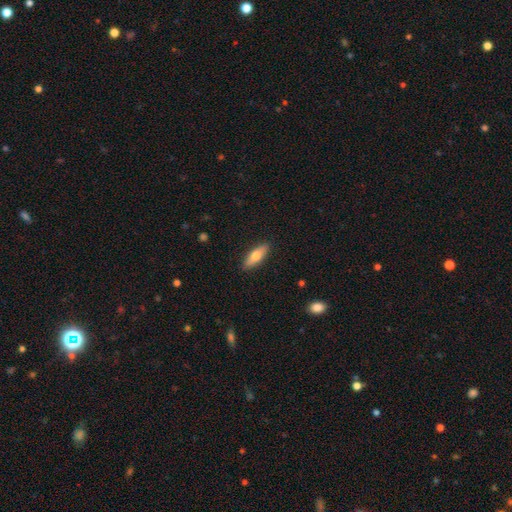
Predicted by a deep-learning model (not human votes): smooth-or-featured: smooth: 65% | featured or disk: 29% | star or artifact: 6%
  how-rounded: in between: 56% | cigar-shaped: 41% | round: 3%
  merging: none: 89% | minor disturbance: 8% | major disturbance: 2% | merger: 1%